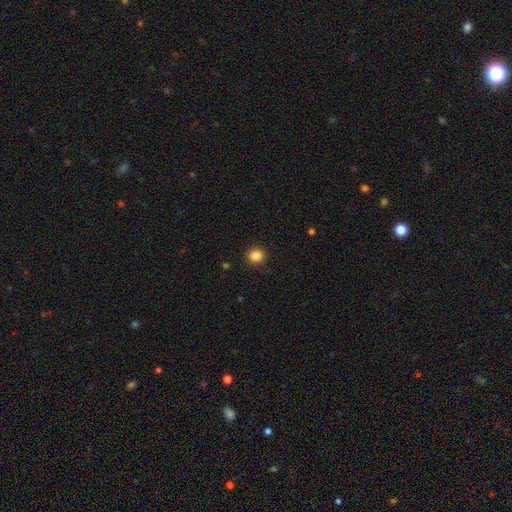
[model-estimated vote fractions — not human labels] A smooth galaxy with no disk features (87%) that is round (77%).

Vote fractions:
- Smooth or featured? smooth: 87% / star or artifact: 10% / featured or disk: 3%
- How rounded? round: 77% / in between: 22% / cigar-shaped: 1%
- Merging? none: 90% / minor disturbance: 7% / major disturbance: 2% / merger: 1%